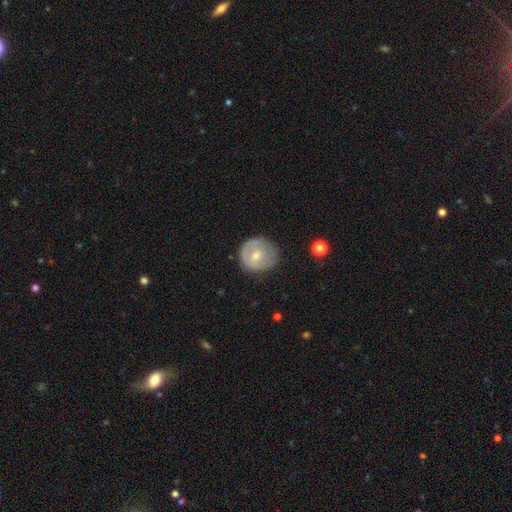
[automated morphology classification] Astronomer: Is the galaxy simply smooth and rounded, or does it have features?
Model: smooth — 55% (runner-up: featured or disk, 39%).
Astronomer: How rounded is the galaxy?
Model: round — 84%.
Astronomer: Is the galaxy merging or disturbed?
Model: none — 69%.